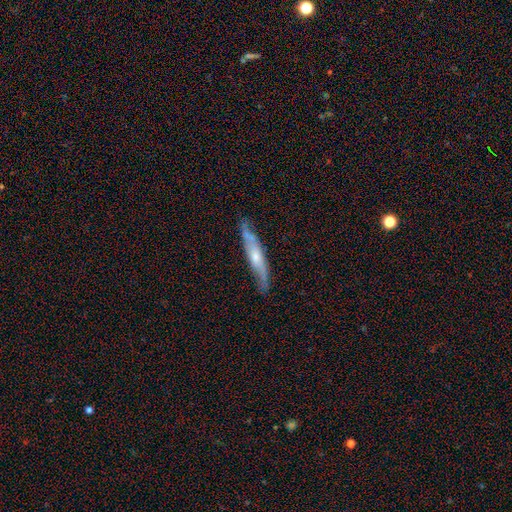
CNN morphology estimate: Smooth or featured? Predicted: featured or disk (p=0.61). Edge-on disk? Predicted: yes (p=0.71). Merging? Predicted: none (p=0.72).